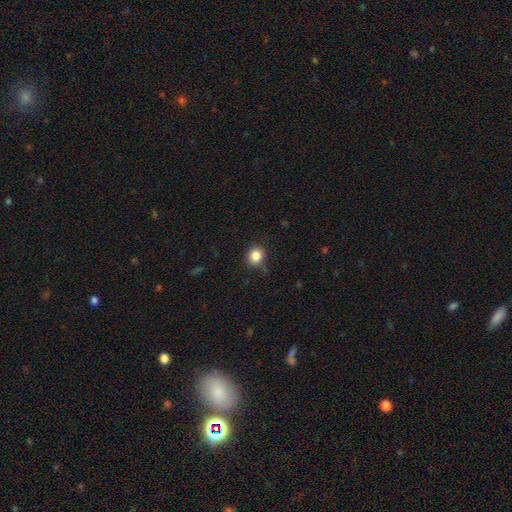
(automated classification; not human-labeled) Smooth or featured?
  - smooth: 85% *
  - star or artifact: 11%
  - featured or disk: 4%
How rounded?
  - round: 82% *
  - in between: 18%
  - cigar-shaped: 1%
Merging?
  - none: 81% *
  - minor disturbance: 14%
  - major disturbance: 3%
  - merger: 2%